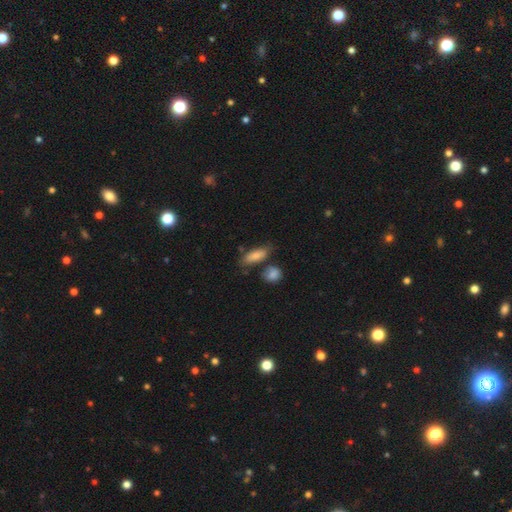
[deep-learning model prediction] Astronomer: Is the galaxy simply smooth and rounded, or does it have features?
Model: smooth — 77%.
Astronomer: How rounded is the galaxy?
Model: in between — 70%.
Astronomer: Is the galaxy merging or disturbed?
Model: none — 61%.